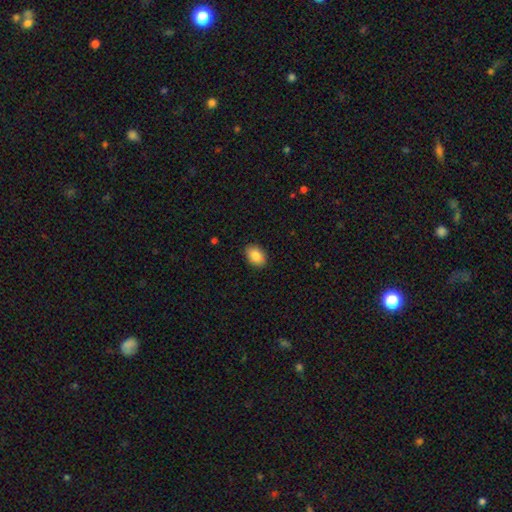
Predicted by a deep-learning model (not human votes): Smooth or featured? smooth (85%)
How rounded? in between (84%)
Merging? none (88%)